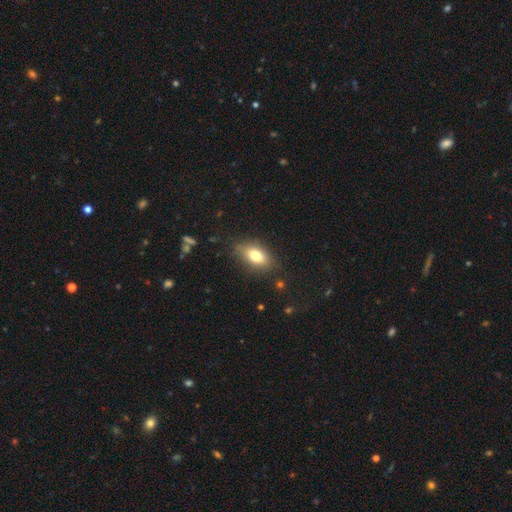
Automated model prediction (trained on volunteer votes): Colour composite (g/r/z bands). It shows a smooth galaxy with no disk features (76%) that is in between round and cigar-shaped (84%). Merging: none (79%).